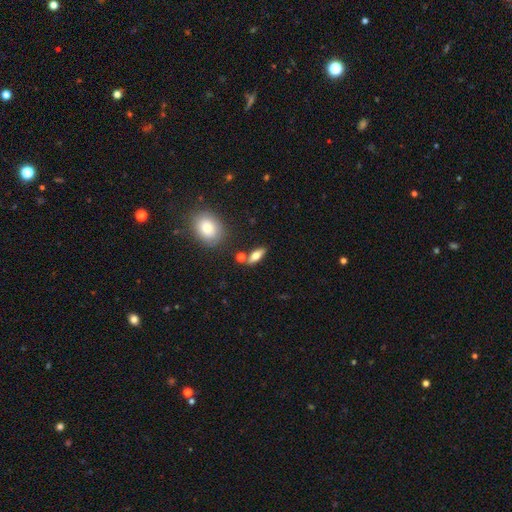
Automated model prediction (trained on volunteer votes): Q: Smooth or featured?
A: smooth (61%); runner-up: featured or disk (31%)
Q: How rounded?
A: in between (65%); runner-up: cigar-shaped (29%)
Q: Merging?
A: none (77%); runner-up: minor disturbance (11%)